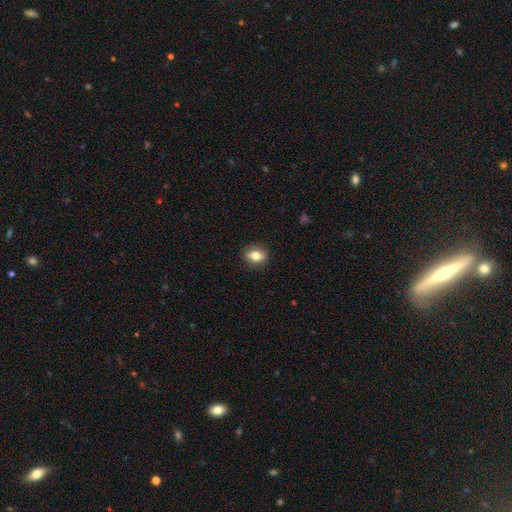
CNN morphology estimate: type=smooth (77%); roundness=in between (58%); merging=none (89%).